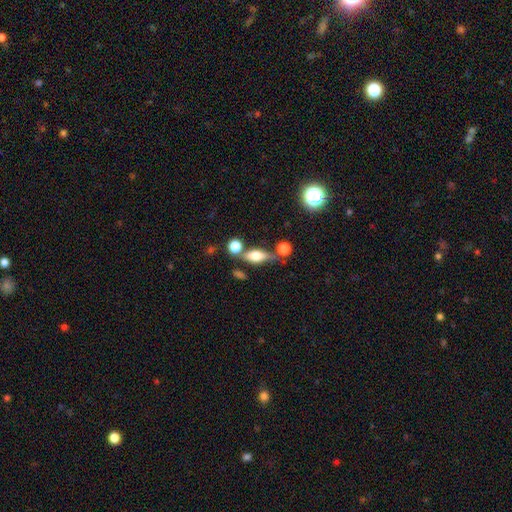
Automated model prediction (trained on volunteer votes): A smooth galaxy with no disk features (50%).

Vote fractions:
- Smooth or featured? smooth: 50% / featured or disk: 39% / star or artifact: 11%
- Merging? none: 63% / minor disturbance: 16% / merger: 15% / major disturbance: 6%